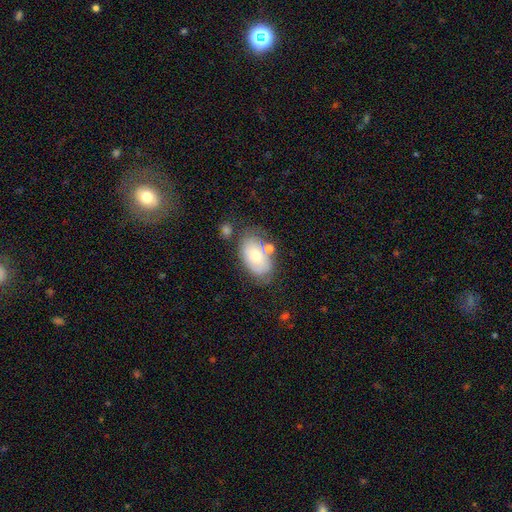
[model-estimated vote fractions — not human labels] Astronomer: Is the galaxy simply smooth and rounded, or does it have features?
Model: smooth — 59% (runner-up: featured or disk, 34%).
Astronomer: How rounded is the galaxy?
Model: in between — 91%.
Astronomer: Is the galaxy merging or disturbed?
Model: none — 57%.